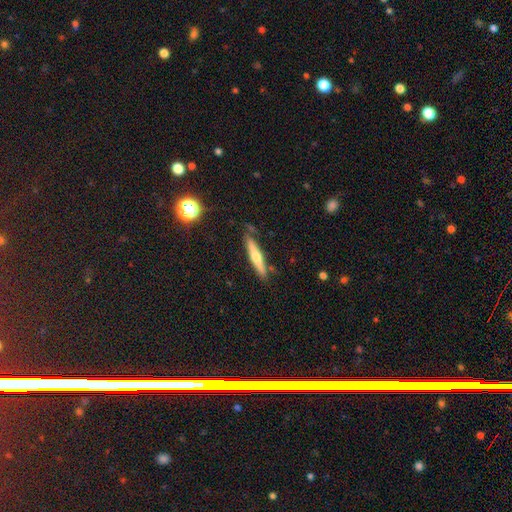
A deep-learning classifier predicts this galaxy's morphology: Smooth or featured?
  - featured or disk: 54% *
  - smooth: 38%
  - star or artifact: 8%
Edge-on disk?
  - yes: 94% *
  - no: 6%
Edge-on bulge?
  - rounded: 82% *
  - none: 13%
  - boxy: 5%
Merging?
  - none: 83% *
  - minor disturbance: 12%
  - merger: 2%
  - major disturbance: 2%